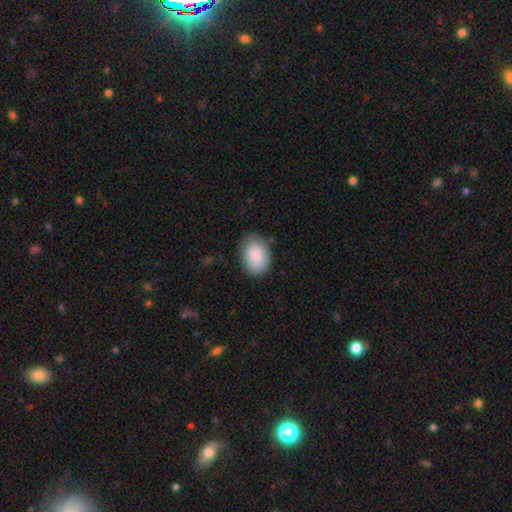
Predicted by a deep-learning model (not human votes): Q: Smooth or featured?
A: smooth (88%); runner-up: star or artifact (6%)
Q: How rounded?
A: in between (84%); runner-up: round (15%)
Q: Merging?
A: none (78%); runner-up: minor disturbance (17%)